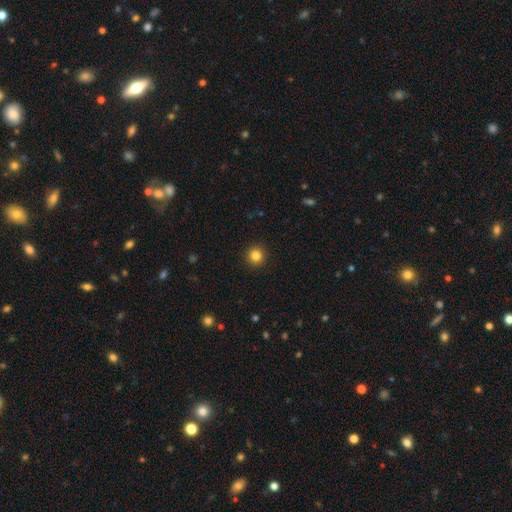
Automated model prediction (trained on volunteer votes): Overall: smooth (84%). How rounded: round (95%). Merging: none (93%).